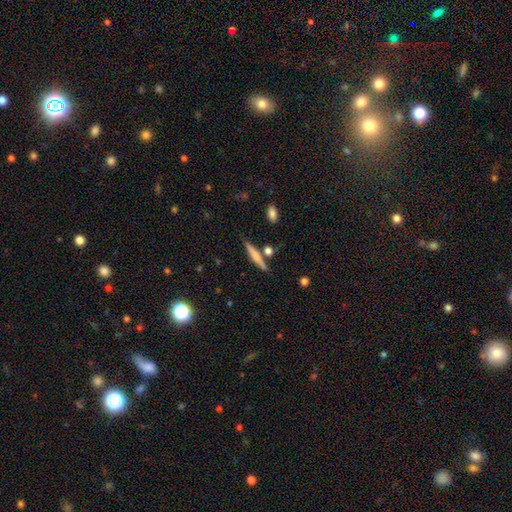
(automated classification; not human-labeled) The model was most divided on "smooth or featured": smooth: 54%, featured or disk: 39%, star or artifact: 7%. More confident: how rounded — cigar-shaped (92%); merging — none (81%).